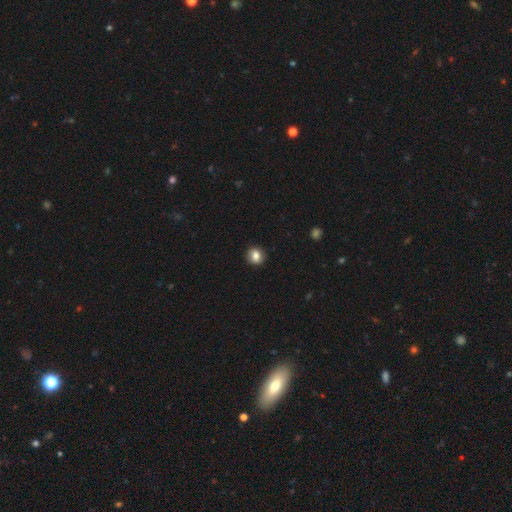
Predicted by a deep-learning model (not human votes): smooth-or-featured: smooth: 82% | star or artifact: 9% | featured or disk: 9%
  how-rounded: round: 78% | in between: 21% | cigar-shaped: 1%
  merging: none: 90% | minor disturbance: 7% | major disturbance: 2% | merger: 1%